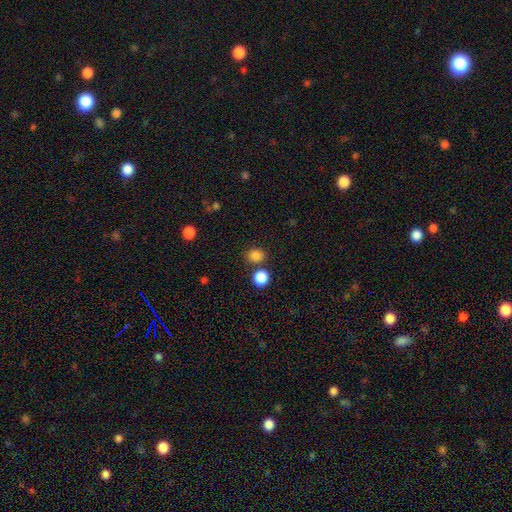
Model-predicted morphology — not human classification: A smooth galaxy with no disk features (83%) that is round (70%).

Vote fractions:
- Smooth or featured? smooth: 83% / star or artifact: 13% / featured or disk: 4%
- How rounded? round: 70% / in between: 29% / cigar-shaped: 1%
- Merging? none: 73% / merger: 15% / minor disturbance: 9% / major disturbance: 3%